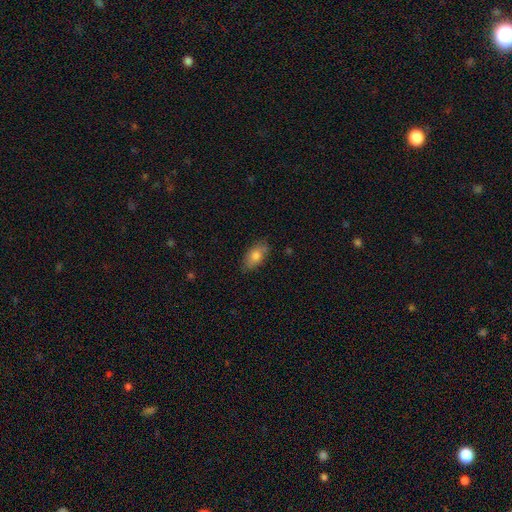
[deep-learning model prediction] The model was most divided on "merging": none: 79%, minor disturbance: 16%, major disturbance: 3%, merger: 1%. More confident: how rounded — in between (91%); smooth or featured — smooth (80%).